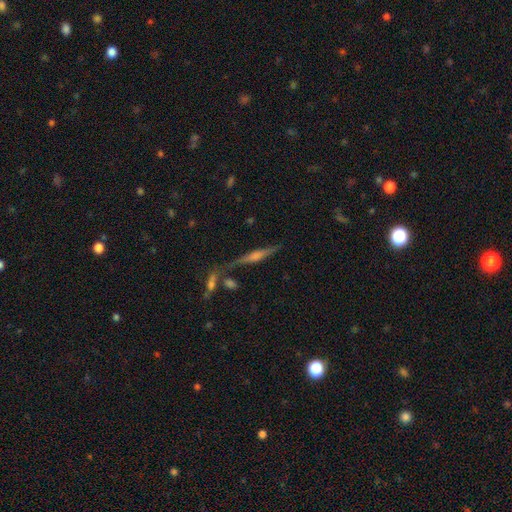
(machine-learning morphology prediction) This appears to be a featured or disk galaxy (61%) viewed edge-on (88%) with a rounded central bulge (78%). Merging: none (61%).